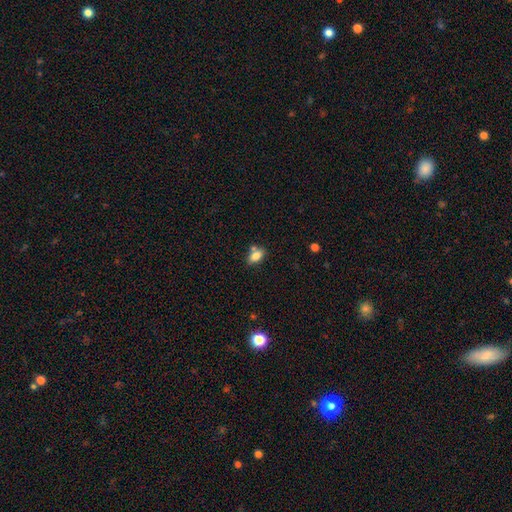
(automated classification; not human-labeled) Q: Smooth or featured?
A: smooth (79%); runner-up: featured or disk (12%)
Q: How rounded?
A: in between (86%); runner-up: round (10%)
Q: Merging?
A: none (62%); runner-up: merger (18%)